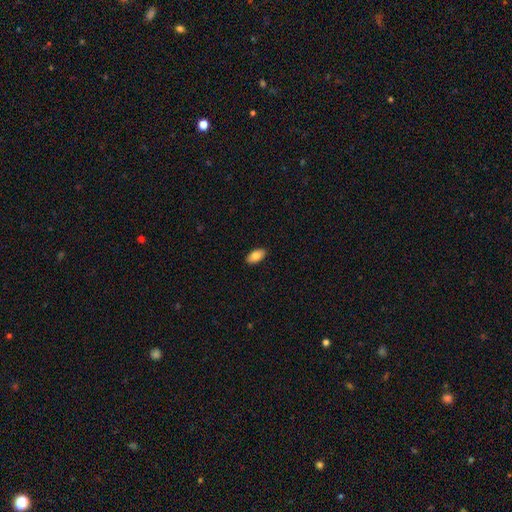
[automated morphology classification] Q: Smooth or featured?
A: smooth (84%); runner-up: featured or disk (9%)
Q: How rounded?
A: in between (94%); runner-up: cigar-shaped (3%)
Q: Merging?
A: none (89%); runner-up: minor disturbance (8%)